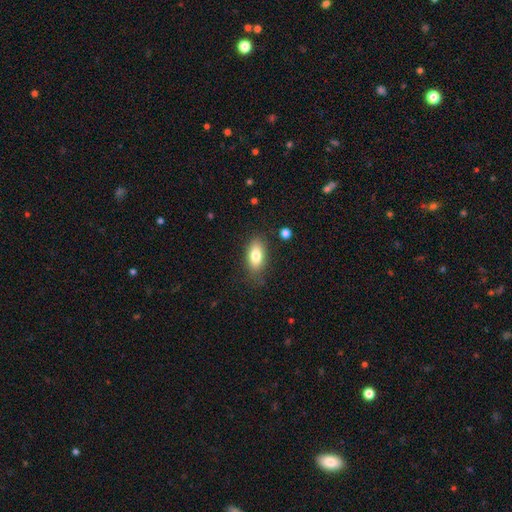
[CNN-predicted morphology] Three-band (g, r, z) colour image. It shows a smooth galaxy with no disk features (79%) that is in between round and cigar-shaped (87%). Merging: none (79%).